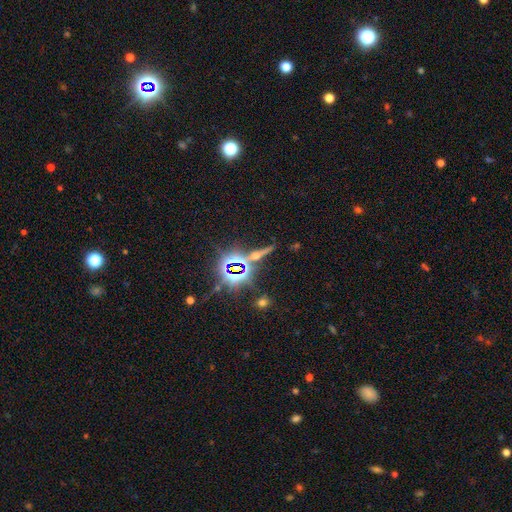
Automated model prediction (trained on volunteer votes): This is possibly a star or artifact rather than a galaxy (51%).